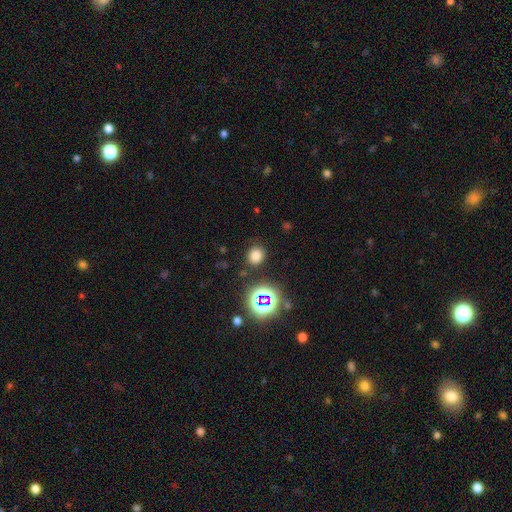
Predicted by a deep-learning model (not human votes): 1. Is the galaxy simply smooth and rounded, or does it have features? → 73% smooth, 21% star or artifact, 6% featured or disk.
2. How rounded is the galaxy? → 75% round, 24% in between, 1% cigar-shaped.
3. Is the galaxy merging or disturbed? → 85% none, 9% minor disturbance, 3% major disturbance, 3% merger.